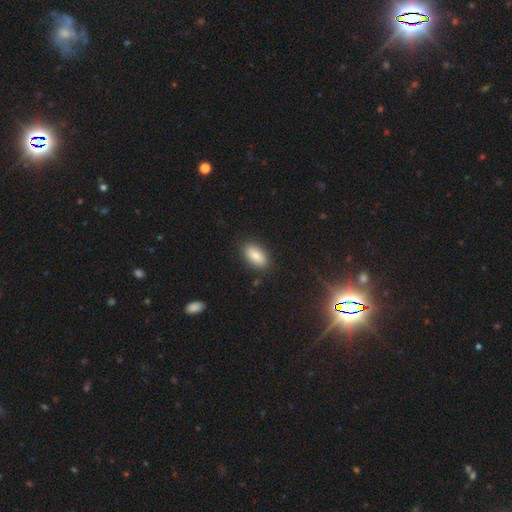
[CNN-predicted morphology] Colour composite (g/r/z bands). It shows a smooth galaxy with no disk features (84%) that is in between round and cigar-shaped (90%). Merging: none (87%).